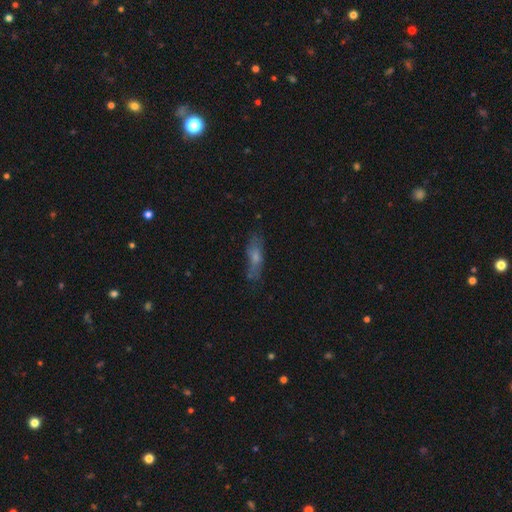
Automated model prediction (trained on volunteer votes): A smooth galaxy with no disk features (45%).

Vote fractions:
- Smooth or featured? smooth: 45% / featured or disk: 41% / star or artifact: 14%
- Merging? none: 75% / minor disturbance: 18% / major disturbance: 5% / merger: 2%